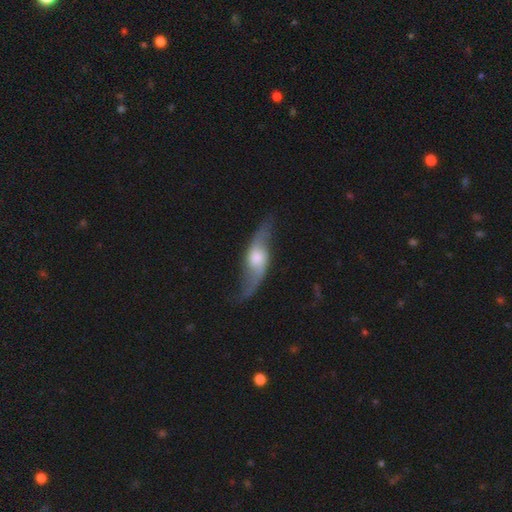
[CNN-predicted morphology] The model was most divided on "bar": no: 59%, weak: 32%, strong: 9%. More confident: spiral arms — yes (93%); spiral arm count — 2 (92%); spiral winding — loose (83%); smooth or featured — featured or disk (81%); edge-on disk — no (74%); merging — none (73%); bulge size — moderate (54%).